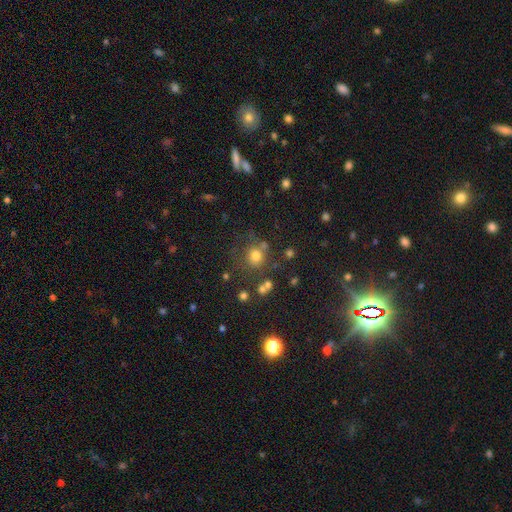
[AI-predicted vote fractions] This appears to be a smooth galaxy with no disk features (74%) that is round (87%). Merging: none (70%).